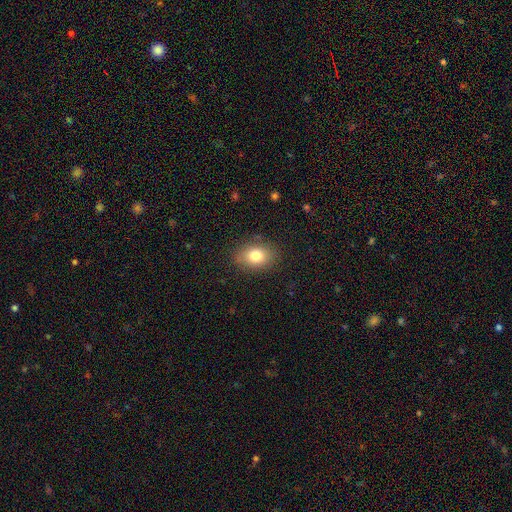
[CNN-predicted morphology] This is likely a smooth galaxy (80%). How rounded: likely in between (72%). Merging: clearly none (85%).